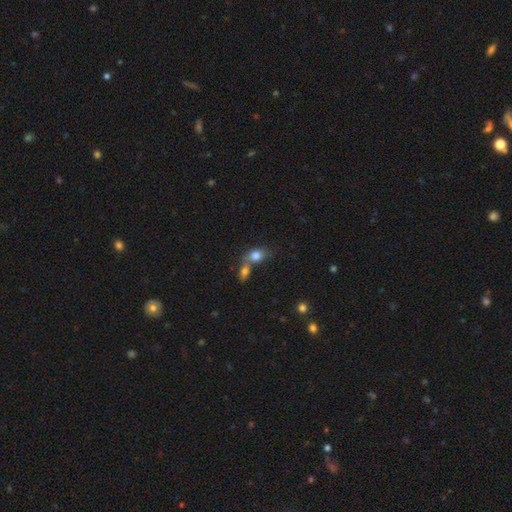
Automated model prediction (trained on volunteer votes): A smooth galaxy with no disk features (81%) that is in between round and cigar-shaped (69%).

Vote fractions:
- Smooth or featured? smooth: 81% / featured or disk: 10% / star or artifact: 9%
- How rounded? in between: 69% / round: 28% / cigar-shaped: 3%
- Merging? merger: 54% / none: 31% / minor disturbance: 10% / major disturbance: 5%